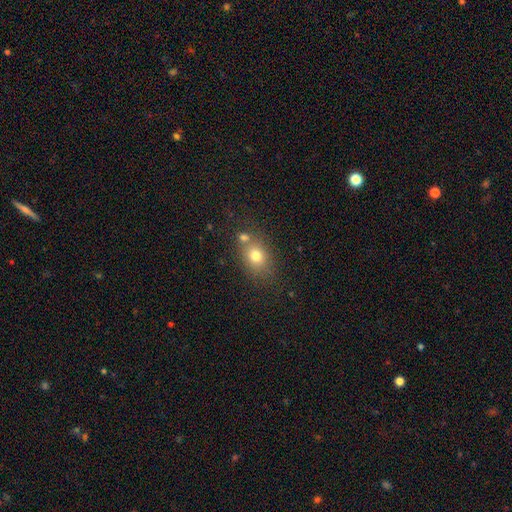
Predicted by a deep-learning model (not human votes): Q: Smooth or featured?
A: smooth (75%); runner-up: star or artifact (13%)
Q: How rounded?
A: in between (52%); runner-up: round (47%)
Q: Merging?
A: none (60%); runner-up: merger (23%)